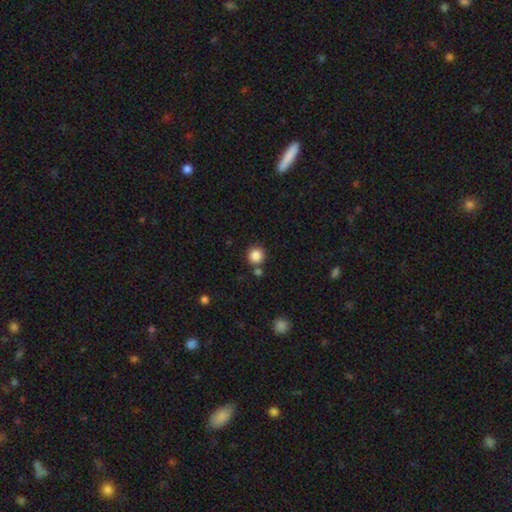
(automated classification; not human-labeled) Smooth or featured: smooth — 86% (star or artifact — 11%)
How rounded: round — 94% (in between — 5%)
Merging: none — 79% (merger — 11%)